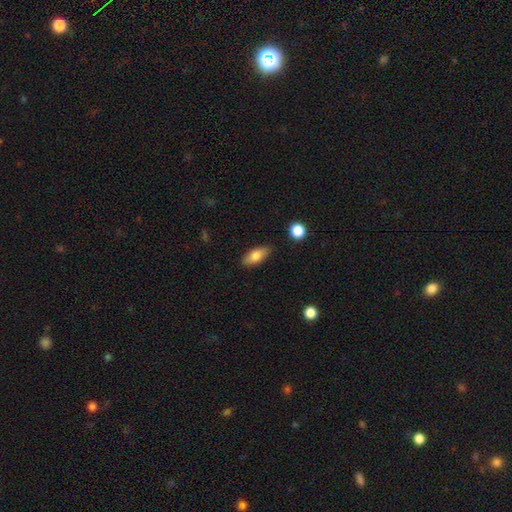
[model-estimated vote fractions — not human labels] Smooth or featured? Predicted: smooth (p=0.79). How rounded? Predicted: in between (p=0.84). Merging? Predicted: none (p=0.85).